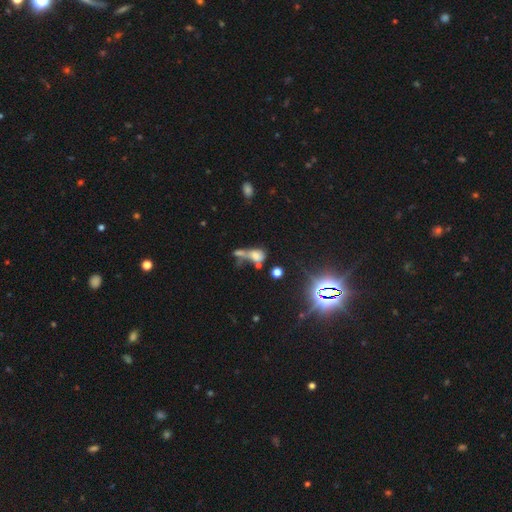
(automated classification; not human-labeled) Q: Smooth or featured?
A: smooth (53%); runner-up: featured or disk (24%)
Q: How rounded?
A: in between (65%); runner-up: round (25%)
Q: Merging?
A: merger (54%); runner-up: none (19%)